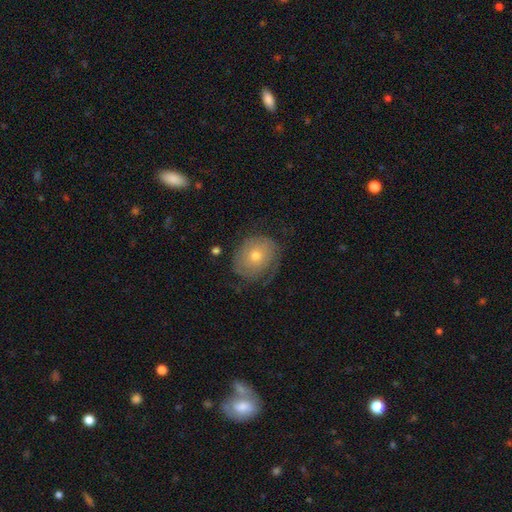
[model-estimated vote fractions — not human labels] This appears to be a featured or disk galaxy (53%) with no bar (86%), spiral arms (73%) and a small central bulge (48%, tied with moderate). Merging: none (64%).